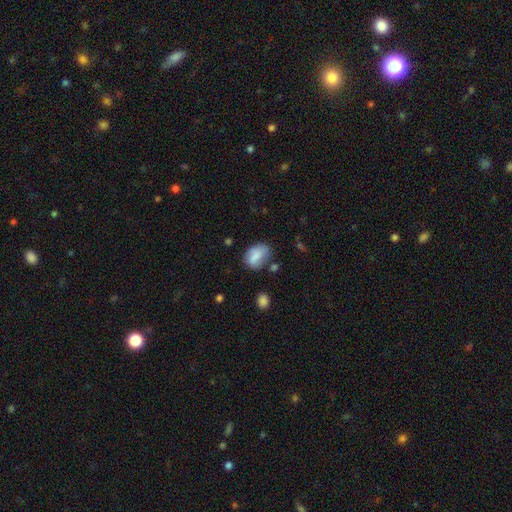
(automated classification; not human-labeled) smooth 80%, featured or disk 12%, star or artifact 9%. Down the decision tree: how rounded — in between (76%); merging — none (52%).